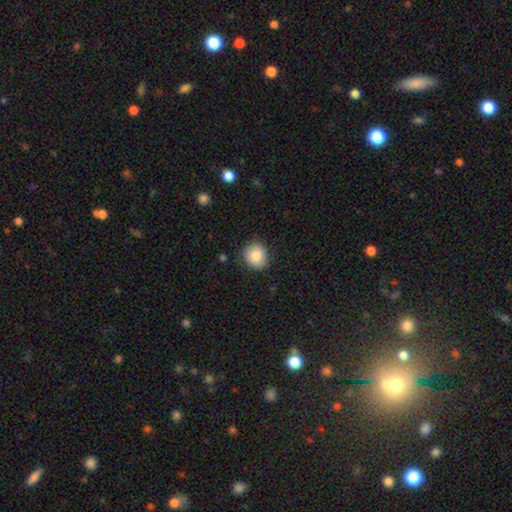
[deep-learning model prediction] smooth_or_featured: smooth (p=0.84) [alt: star or artifact p=0.08]
how_rounded: round (p=0.82) [alt: in between p=0.18]
merging: none (p=0.85) [alt: minor disturbance p=0.11]